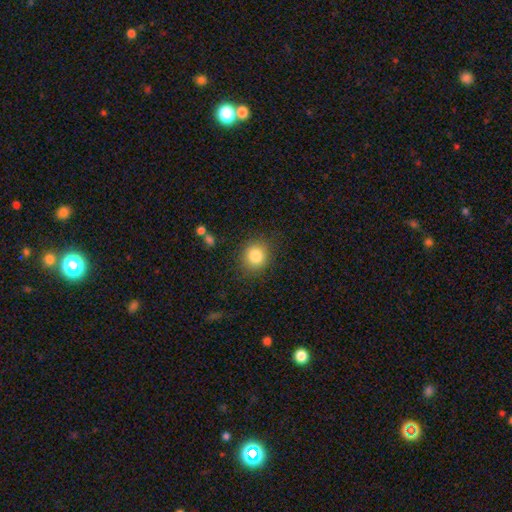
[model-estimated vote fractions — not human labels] smooth-or-featured: smooth: 84% | star or artifact: 10% | featured or disk: 6%
  how-rounded: round: 82% | in between: 17% | cigar-shaped: 1%
  merging: none: 85% | minor disturbance: 10% | major disturbance: 3% | merger: 2%